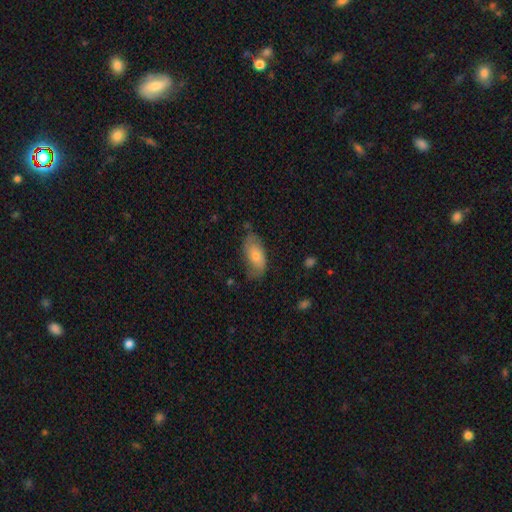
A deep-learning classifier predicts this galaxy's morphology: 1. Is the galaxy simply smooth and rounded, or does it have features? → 60% smooth, 33% featured or disk, 7% star or artifact.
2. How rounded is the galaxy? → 90% in between, 6% cigar-shaped, 4% round.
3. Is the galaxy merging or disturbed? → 65% none, 25% minor disturbance, 8% major disturbance, 2% merger.